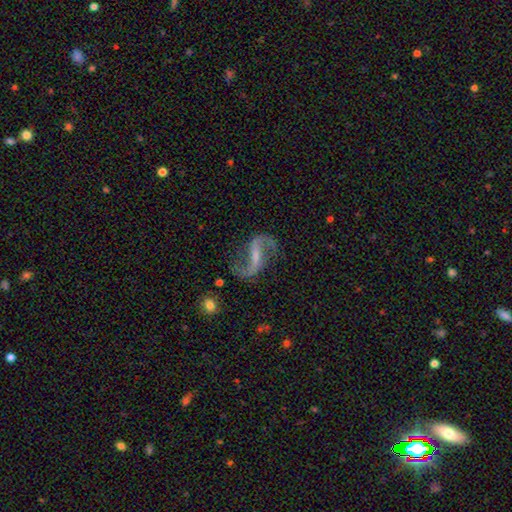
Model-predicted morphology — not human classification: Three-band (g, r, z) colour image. It shows a featured or disk galaxy (89%) with a strong bar (47%), 2 (92%) loose (79%) spiral arms (96%) and a small central bulge (49%). Merging: none (72%).